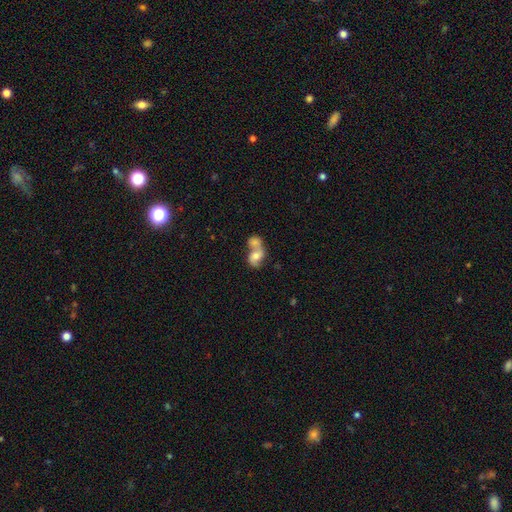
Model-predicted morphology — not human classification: Overall: smooth (50%; featured or disk 41%). Merging: merger (71%).